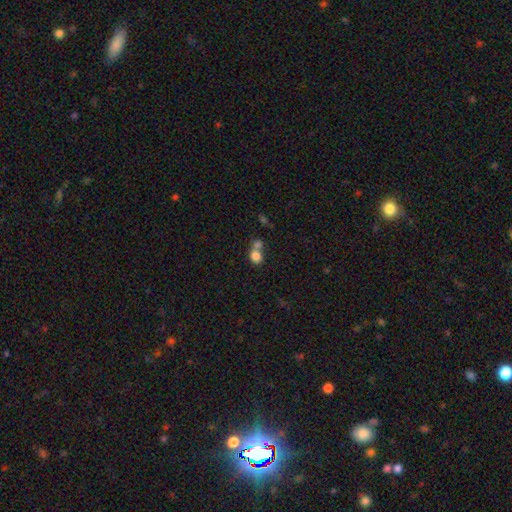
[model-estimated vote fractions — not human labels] Smooth or featured: smooth — 80% (star or artifact — 10%)
How rounded: round — 62% (in between — 37%)
Merging: merger — 54% (none — 34%)